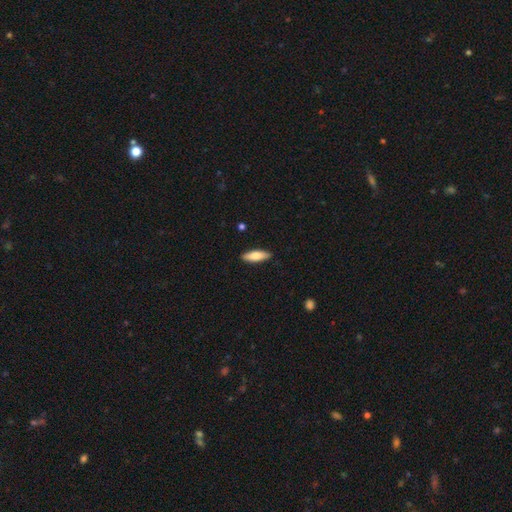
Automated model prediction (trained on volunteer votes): smooth-or-featured: smooth: 75% | featured or disk: 19% | star or artifact: 6%
  how-rounded: in between: 51% | cigar-shaped: 47% | round: 2%
  merging: none: 89% | minor disturbance: 8% | major disturbance: 2% | merger: 1%